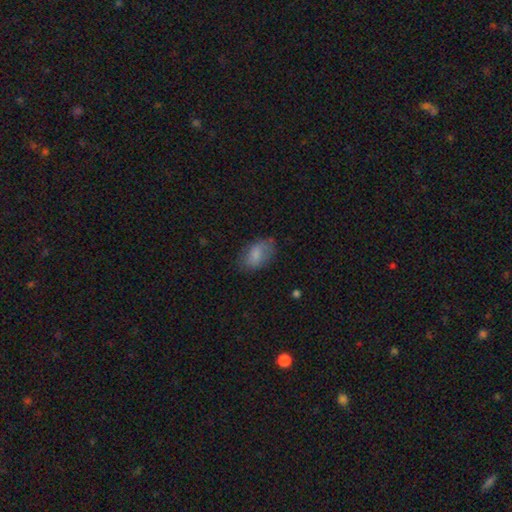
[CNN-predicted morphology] A smooth galaxy with no disk features (79%) that is in between round and cigar-shaped (91%). Merging: none (71%).